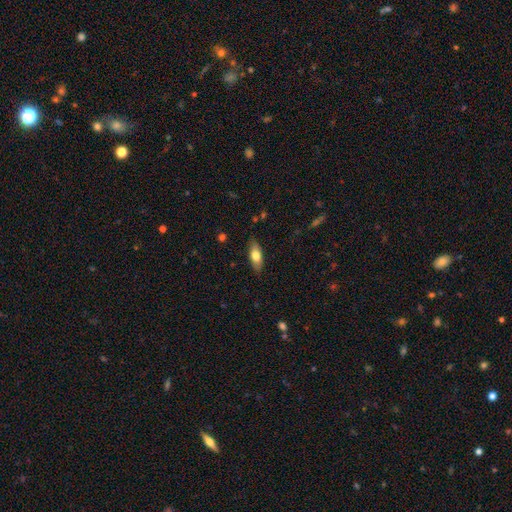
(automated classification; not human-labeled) Morphology: type=smooth (69%); roundness=in between (73%); merging=none (85%).